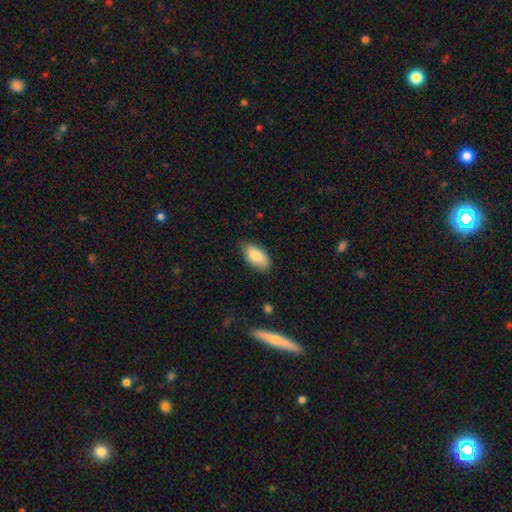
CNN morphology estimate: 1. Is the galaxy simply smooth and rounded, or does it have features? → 83% smooth, 11% featured or disk, 6% star or artifact.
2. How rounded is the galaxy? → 94% in between, 3% round, 3% cigar-shaped.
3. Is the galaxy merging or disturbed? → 83% none, 14% minor disturbance, 2% major disturbance, 1% merger.